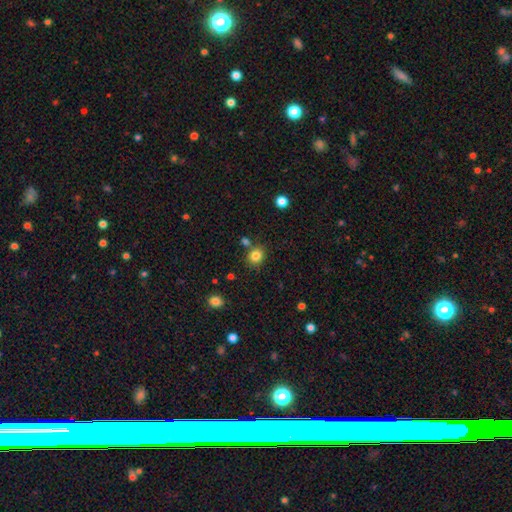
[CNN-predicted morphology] smooth-or-featured: smooth: 83% | star or artifact: 12% | featured or disk: 5%
  how-rounded: round: 78% | in between: 21% | cigar-shaped: 1%
  merging: none: 76% | merger: 11% | minor disturbance: 10% | major disturbance: 3%